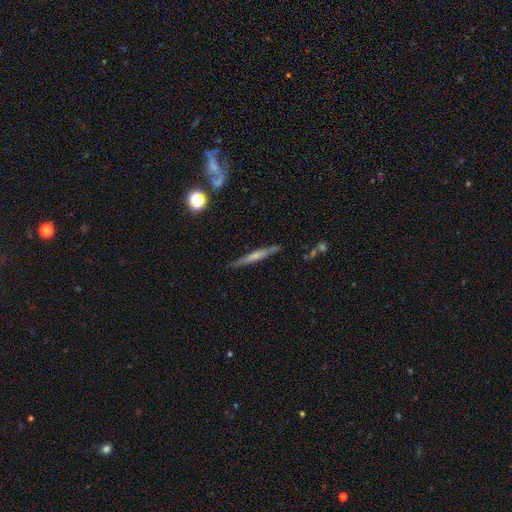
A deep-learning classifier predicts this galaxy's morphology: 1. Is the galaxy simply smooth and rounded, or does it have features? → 55% featured or disk, 38% smooth, 7% star or artifact.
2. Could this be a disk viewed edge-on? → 96% yes, 4% no.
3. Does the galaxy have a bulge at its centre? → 46% rounded, 42% none, 12% boxy.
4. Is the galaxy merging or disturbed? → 87% none, 9% minor disturbance, 2% major disturbance, 2% merger.